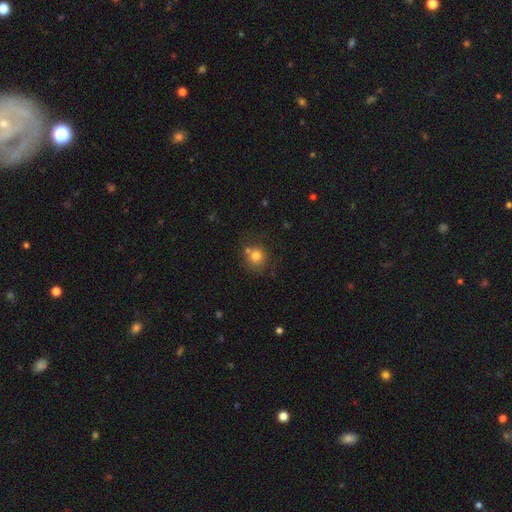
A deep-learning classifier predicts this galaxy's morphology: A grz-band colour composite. It shows a smooth galaxy with no disk features (77%) that is round (86%). Merging: none (64%).